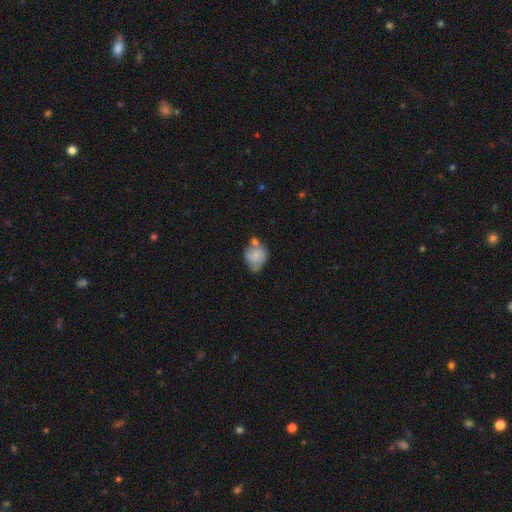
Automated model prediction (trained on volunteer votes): Smooth or featured? Predicted: smooth (p=0.73). How rounded? Predicted: round (p=0.53). Merging? Predicted: none (p=0.31).